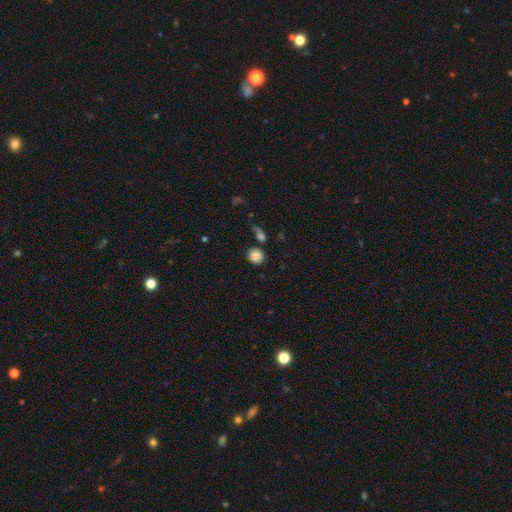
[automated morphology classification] type=smooth (85%); roundness=round (84%); merging=none (75%).